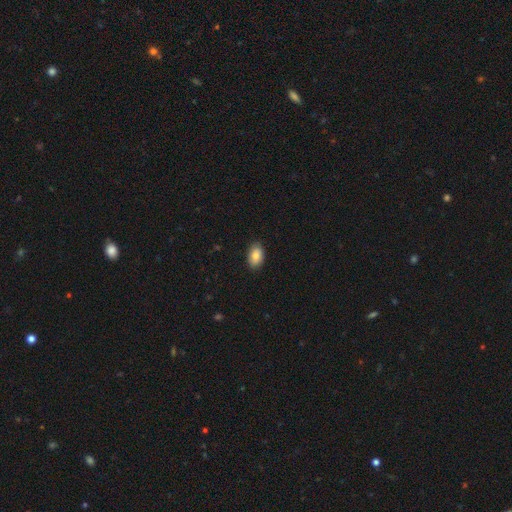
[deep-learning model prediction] Q: Smooth or featured?
A: smooth (83%); runner-up: featured or disk (10%)
Q: How rounded?
A: in between (91%); runner-up: round (8%)
Q: Merging?
A: none (87%); runner-up: minor disturbance (10%)